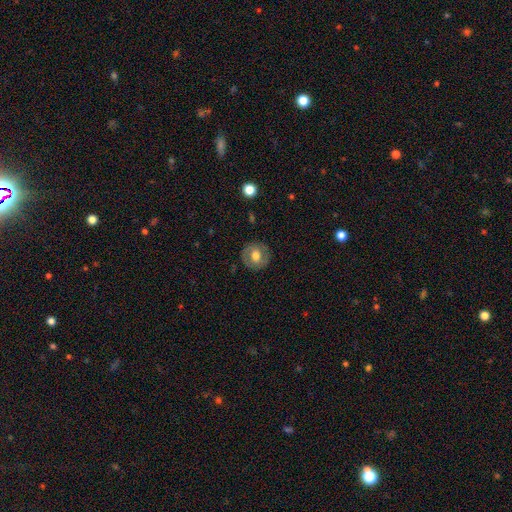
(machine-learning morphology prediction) Smooth or featured?
  - smooth: 58% *
  - featured or disk: 35%
  - star or artifact: 7%
How rounded?
  - round: 89% *
  - in between: 10%
  - cigar-shaped: 1%
Merging?
  - none: 86% *
  - minor disturbance: 10%
  - major disturbance: 3%
  - merger: 1%